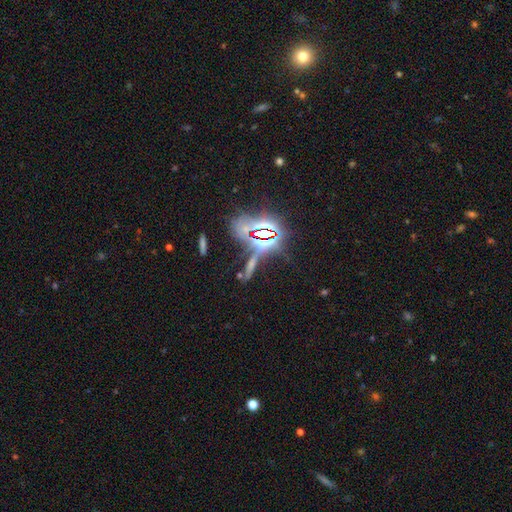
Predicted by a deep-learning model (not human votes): Smooth or featured? star or artifact (53%)